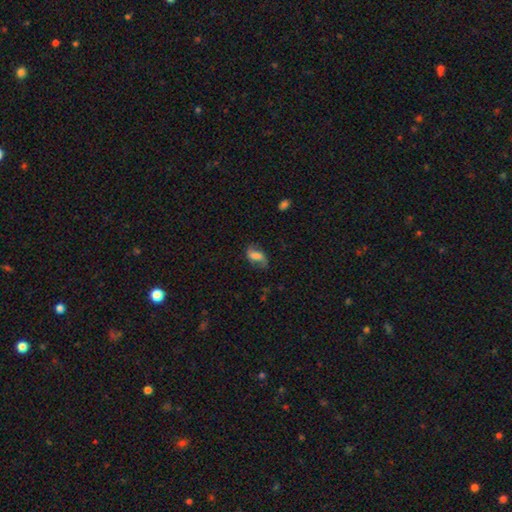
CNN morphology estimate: The model was most divided on "smooth or featured": featured or disk: 51%, smooth: 40%, star or artifact: 9%. More confident: edge-on disk — no (95%); merging — none (65%).